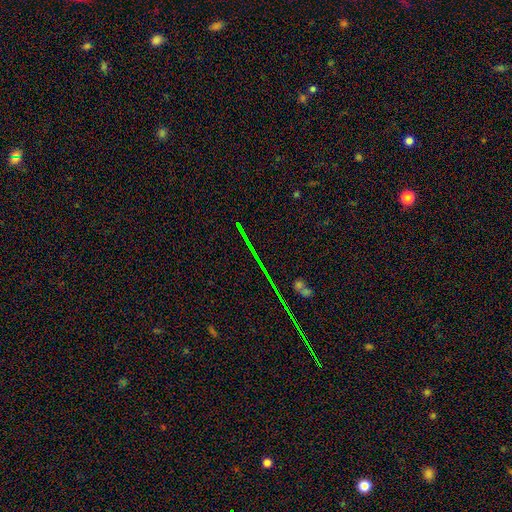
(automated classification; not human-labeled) The model was most divided on "smooth or featured": star or artifact: 80%, featured or disk: 11%, smooth: 9%.